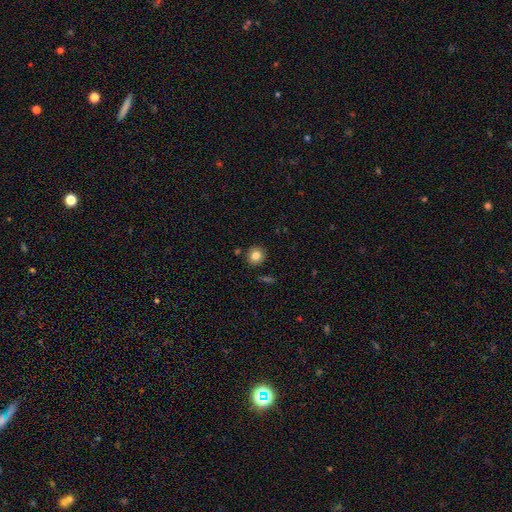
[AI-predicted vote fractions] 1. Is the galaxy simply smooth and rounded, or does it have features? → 81% smooth, 10% star or artifact, 9% featured or disk.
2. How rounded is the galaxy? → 89% round, 10% in between, 1% cigar-shaped.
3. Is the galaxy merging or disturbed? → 87% none, 8% minor disturbance, 3% merger, 2% major disturbance.